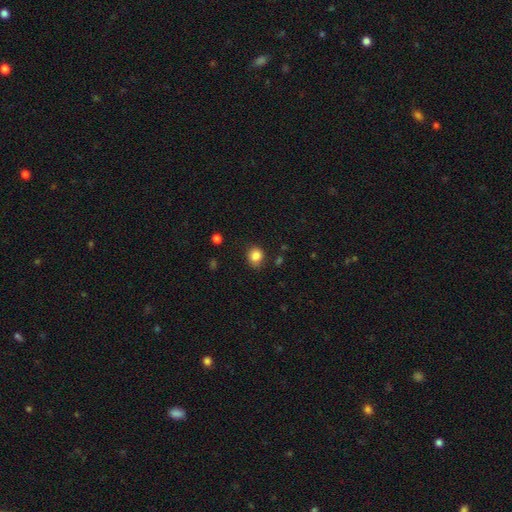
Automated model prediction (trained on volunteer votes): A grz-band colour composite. It shows a smooth galaxy with no disk features (85%) that is round (76%). Merging: none (78%).